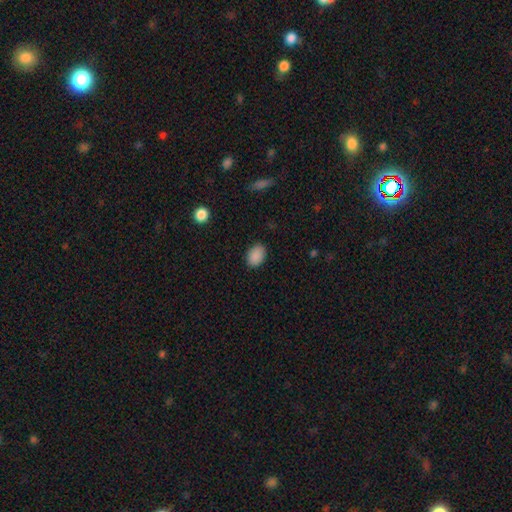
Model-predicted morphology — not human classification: Smooth or featured: smooth — 89% (star or artifact — 8%)
How rounded: in between — 77% (round — 22%)
Merging: none — 86% (minor disturbance — 10%)